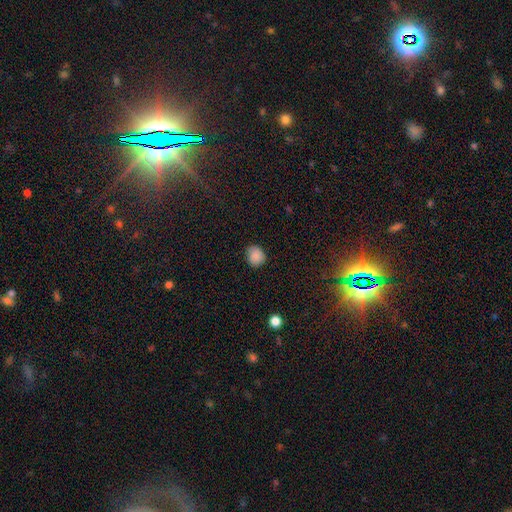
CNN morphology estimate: Q: Smooth or featured?
A: smooth (86%); runner-up: star or artifact (10%)
Q: How rounded?
A: round (76%); runner-up: in between (24%)
Q: Merging?
A: none (78%); runner-up: minor disturbance (18%)